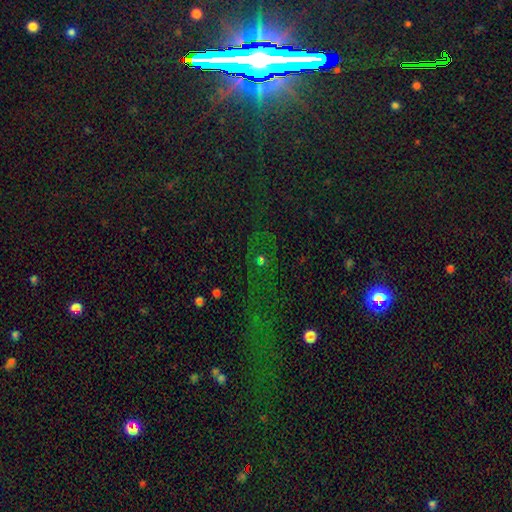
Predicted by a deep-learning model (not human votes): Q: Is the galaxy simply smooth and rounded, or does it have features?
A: star or artifact — 75%.